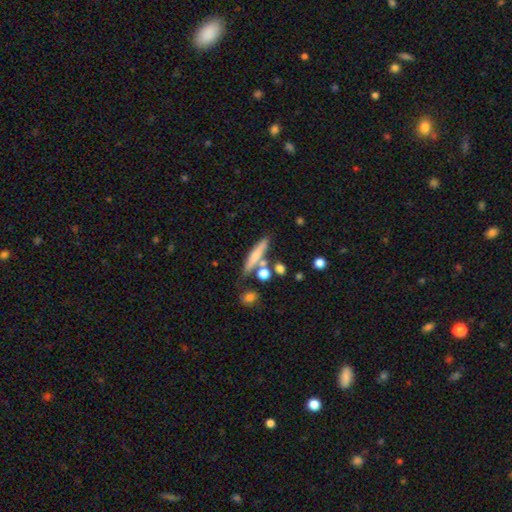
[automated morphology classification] Overall: smooth (66%). How rounded: cigar-shaped (81%). Merging: none (67%).